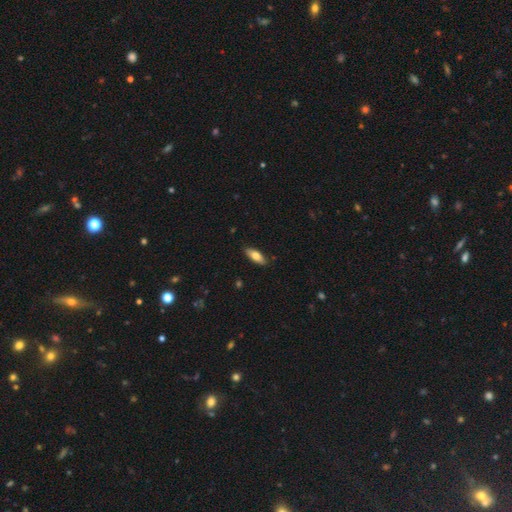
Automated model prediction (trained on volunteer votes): This appears to be a smooth galaxy with no disk features (72%) that is in between round and cigar-shaped (72%). Merging: none (88%).